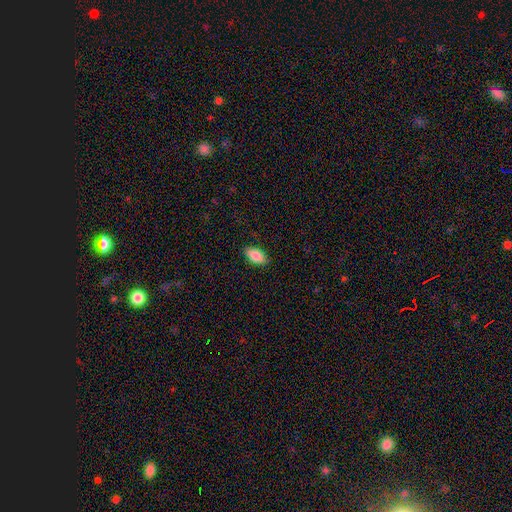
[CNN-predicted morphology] This is clearly a smooth galaxy (86%). How rounded: clearly in between (92%). Merging: clearly none (87%).